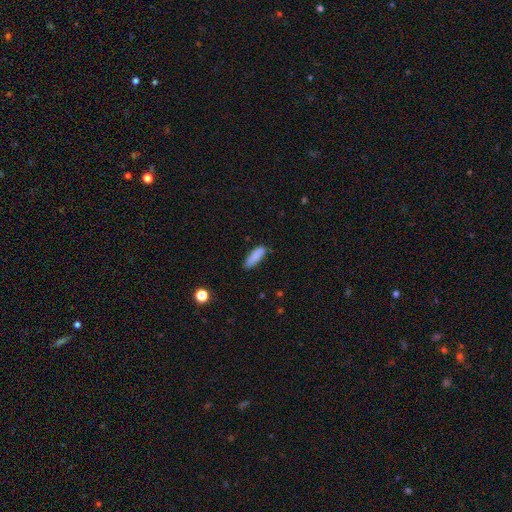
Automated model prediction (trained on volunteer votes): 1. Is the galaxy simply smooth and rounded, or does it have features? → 88% smooth, 7% star or artifact, 5% featured or disk.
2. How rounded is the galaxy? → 54% in between, 45% cigar-shaped, 2% round.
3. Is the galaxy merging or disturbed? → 81% none, 15% minor disturbance, 3% major disturbance, 2% merger.